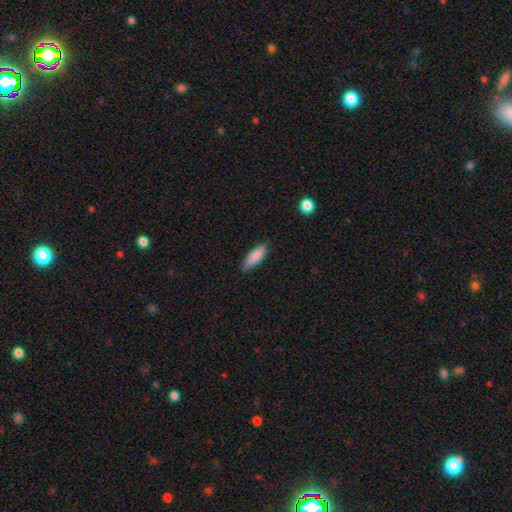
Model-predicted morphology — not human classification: Smooth or featured? Predicted: smooth (p=0.85). How rounded? Predicted: in between (p=0.53). Merging? Predicted: none (p=0.82).